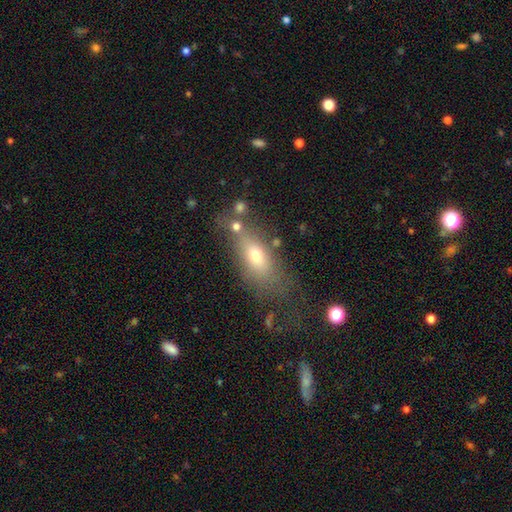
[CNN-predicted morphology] Smooth or featured? Predicted: smooth (p=0.64). How rounded? Predicted: in between (p=0.69). Merging? Predicted: none (p=0.55).